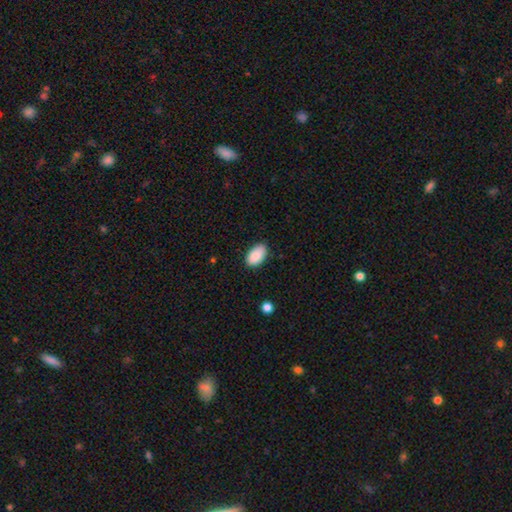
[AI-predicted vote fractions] A smooth galaxy with no disk features (89%) that is in between round and cigar-shaped (95%).

Vote fractions:
- Smooth or featured? smooth: 89% / star or artifact: 7% / featured or disk: 4%
- How rounded? in between: 95% / round: 4% / cigar-shaped: 1%
- Merging? none: 84% / minor disturbance: 13% / major disturbance: 2% / merger: 1%